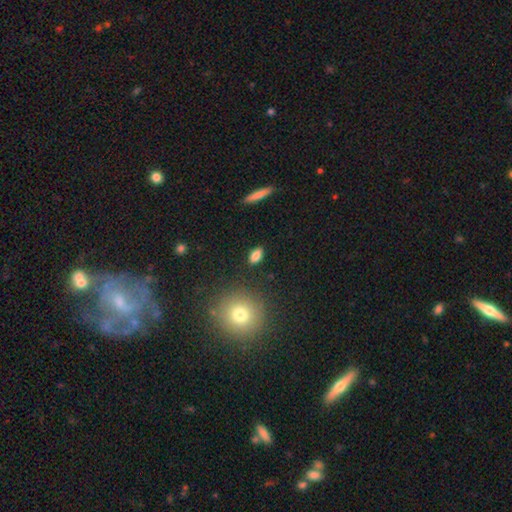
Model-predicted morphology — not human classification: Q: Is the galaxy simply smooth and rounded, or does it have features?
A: smooth — 84%.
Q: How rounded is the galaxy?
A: in between — 85%.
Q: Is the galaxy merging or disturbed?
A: none — 86%.